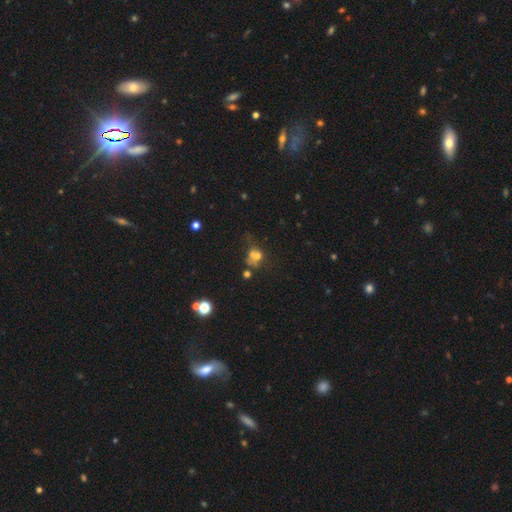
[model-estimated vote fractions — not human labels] Smooth or featured? Predicted: smooth (p=0.55). How rounded? Predicted: round (p=0.67). Merging? Predicted: merger (p=0.44).